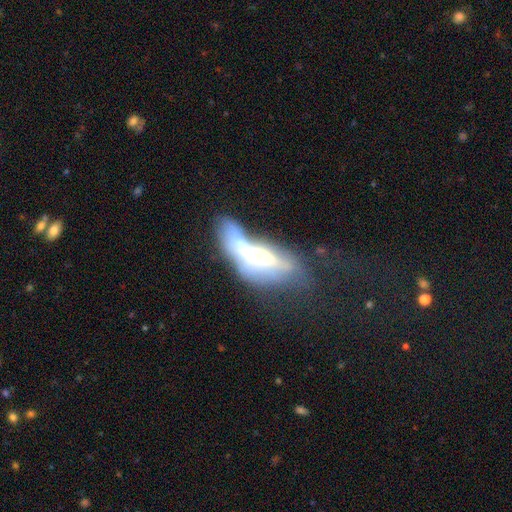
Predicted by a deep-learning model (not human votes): Overall: featured or disk (54%; smooth 36%). Edge-on disk: no (68%; yes 32%). Merging: major disturbance (37%; merger 32%).